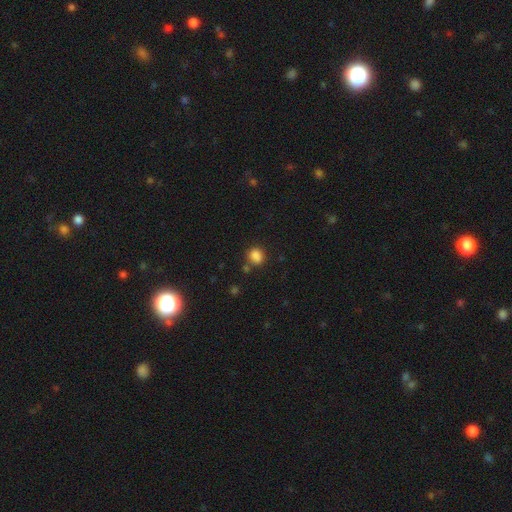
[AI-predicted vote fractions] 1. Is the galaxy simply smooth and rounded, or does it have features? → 83% smooth, 12% star or artifact, 4% featured or disk.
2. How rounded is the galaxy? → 62% round, 36% in between, 1% cigar-shaped.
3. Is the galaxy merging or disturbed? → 70% none, 15% minor disturbance, 11% merger, 5% major disturbance.